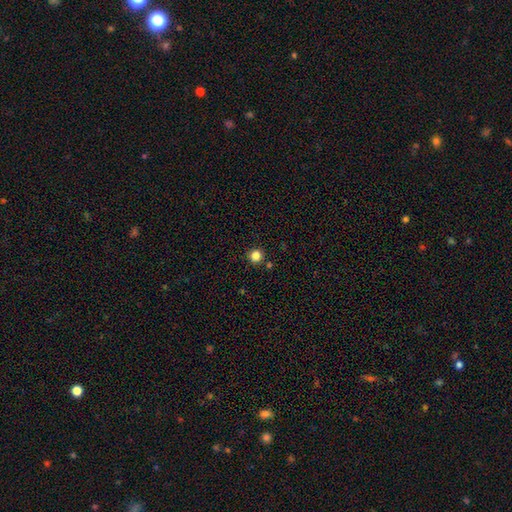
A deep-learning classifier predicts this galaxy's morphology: smooth 83%, star or artifact 13%, featured or disk 4%. Down the decision tree: how rounded — round (95%); merging — none (89%).